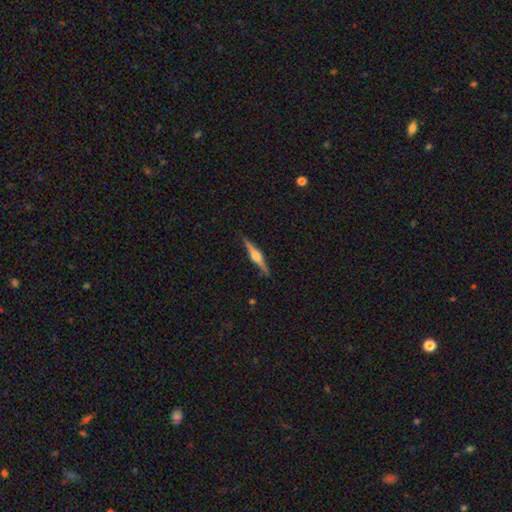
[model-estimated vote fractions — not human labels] A featured or disk galaxy (81%) viewed edge-on (98%) with a rounded central bulge (92%).

Vote fractions:
- Smooth or featured? featured or disk: 81% / smooth: 13% / star or artifact: 5%
- Edge-on disk? yes: 98% / no: 2%
- Edge-on bulge? rounded: 92% / boxy: 6% / none: 2%
- Merging? none: 91% / minor disturbance: 7% / major disturbance: 1% / merger: 1%